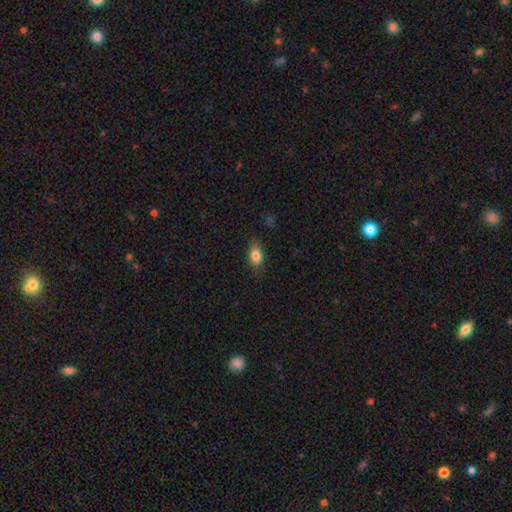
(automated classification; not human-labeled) The model was most divided on "merging": none: 81%, minor disturbance: 15%, major disturbance: 3%, merger: 1%. More confident: smooth or featured — smooth (84%); how rounded — in between (83%).